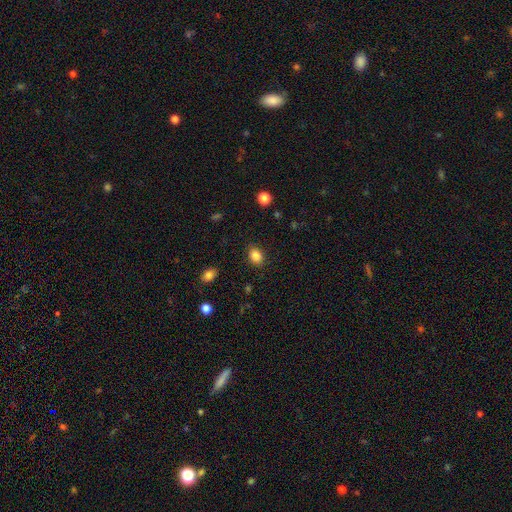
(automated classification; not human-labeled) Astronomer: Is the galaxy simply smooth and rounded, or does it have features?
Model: smooth — 85%.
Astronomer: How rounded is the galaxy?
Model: in between — 65%.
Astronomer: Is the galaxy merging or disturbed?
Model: none — 86%.